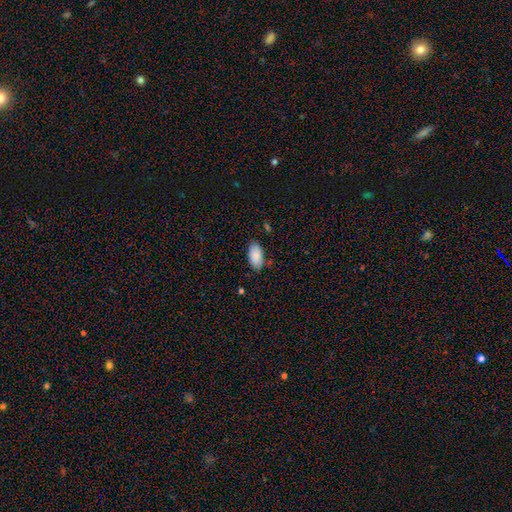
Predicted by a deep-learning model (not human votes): A smooth galaxy with no disk features (87%) that is in between round and cigar-shaped (95%).

Vote fractions:
- Smooth or featured? smooth: 87% / star or artifact: 7% / featured or disk: 6%
- How rounded? in between: 95% / round: 3% / cigar-shaped: 2%
- Merging? none: 79% / minor disturbance: 15% / major disturbance: 3% / merger: 2%